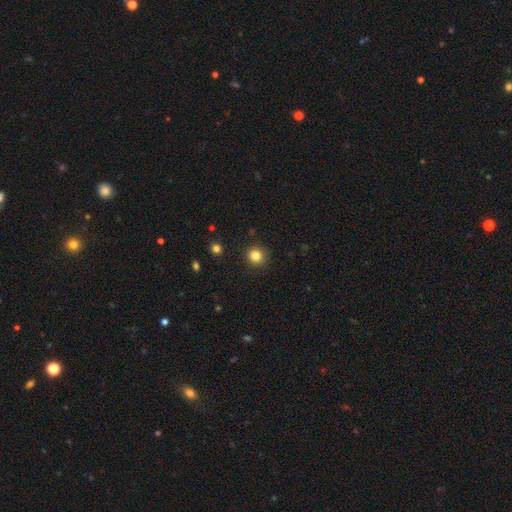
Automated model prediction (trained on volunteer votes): A smooth galaxy with no disk features (83%) that is round (94%). Merging: none (92%).